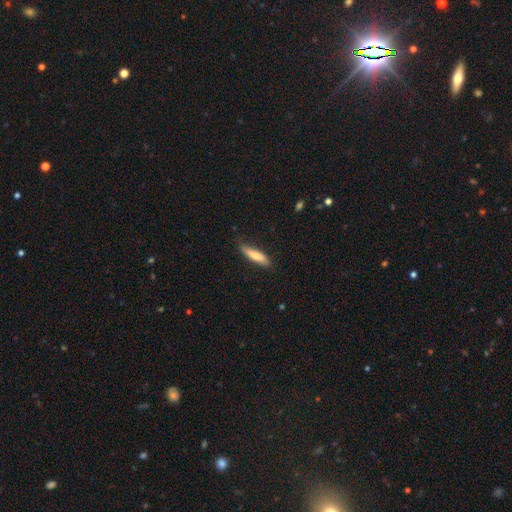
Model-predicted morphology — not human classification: A smooth galaxy with no disk features (76%) that is cigar-shaped (75%).

Vote fractions:
- Smooth or featured? smooth: 76% / featured or disk: 19% / star or artifact: 6%
- How rounded? cigar-shaped: 75% / in between: 23% / round: 1%
- Merging? none: 77% / minor disturbance: 19% / major disturbance: 3% / merger: 1%